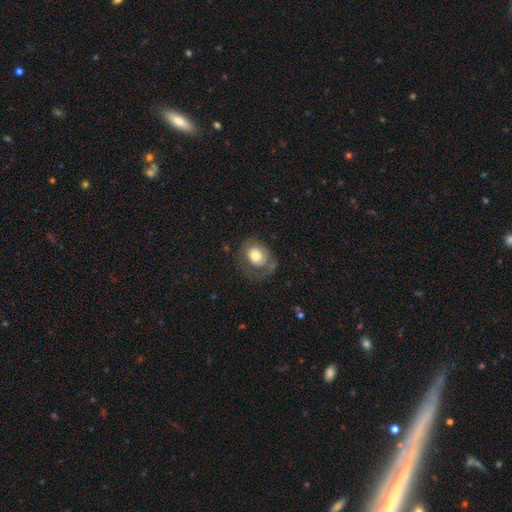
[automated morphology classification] Smooth or featured? Predicted: smooth (p=0.63). How rounded? Predicted: round (p=0.57). Merging? Predicted: none (p=0.52).